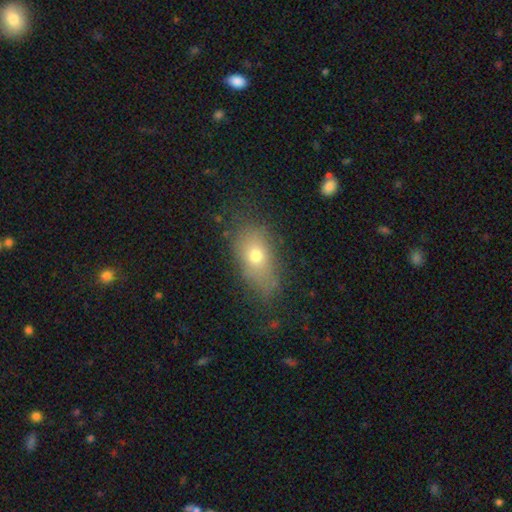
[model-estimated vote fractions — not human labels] Smooth or featured? smooth (69%)
How rounded? in between (80%)
Merging? none (63%)